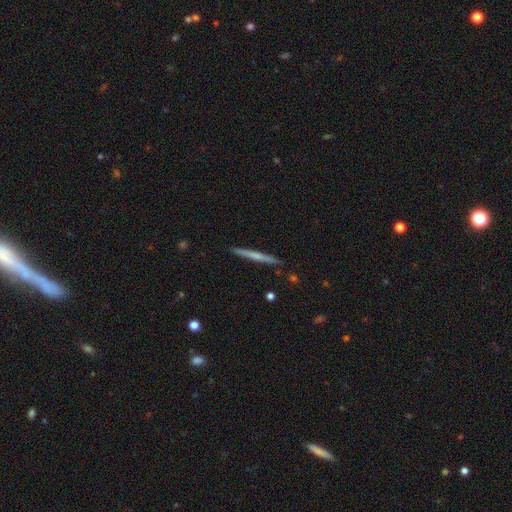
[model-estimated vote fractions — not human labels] Smooth or featured? smooth (47%, tied with featured or disk)
Merging? none (91%)